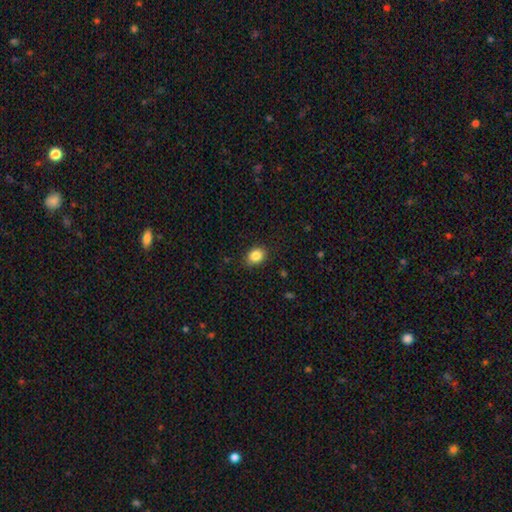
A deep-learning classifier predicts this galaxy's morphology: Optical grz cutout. It shows a smooth galaxy with no disk features (85%) that is in between round and cigar-shaped (57%). Merging: none (86%).